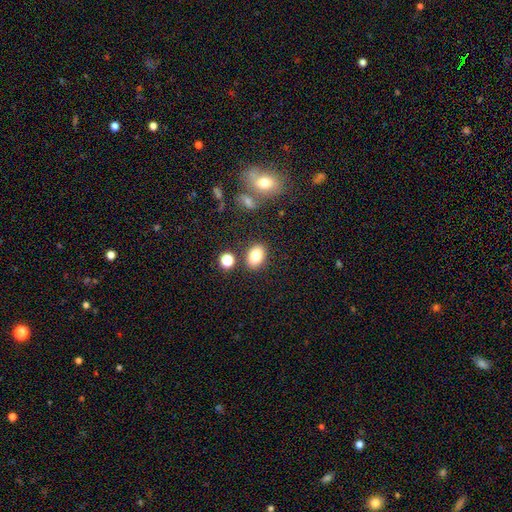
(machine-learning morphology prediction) smooth_or_featured: smooth (p=0.80) [alt: star or artifact p=0.11]
how_rounded: in between (p=0.76) [alt: round p=0.23]
merging: none (p=0.82) [alt: minor disturbance p=0.10]